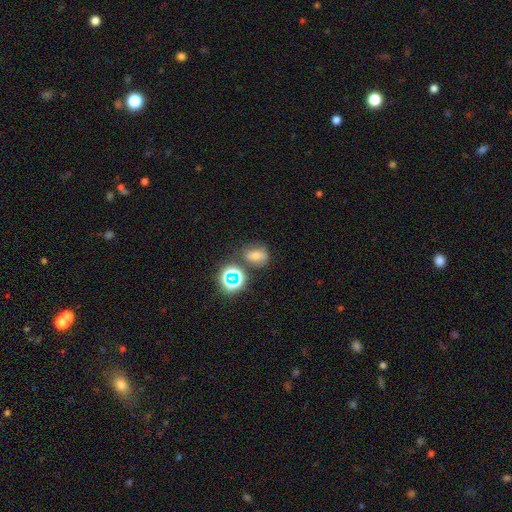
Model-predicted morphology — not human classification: smooth 52%, star or artifact 29%, featured or disk 19%. Down the decision tree: how rounded — in between (51%); merging — none (66%).